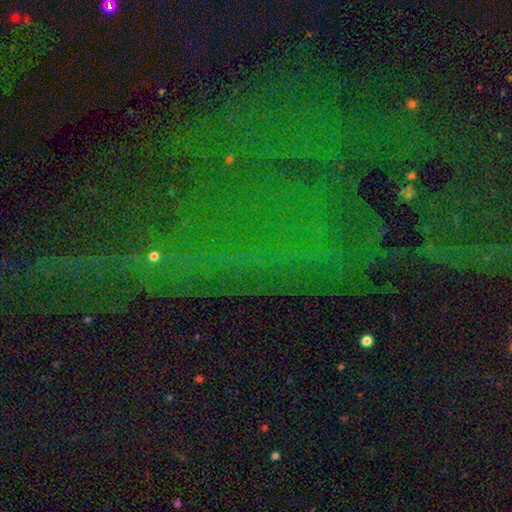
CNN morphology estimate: The model was most divided on "smooth or featured": star or artifact: 80%, smooth: 10%, featured or disk: 10%.